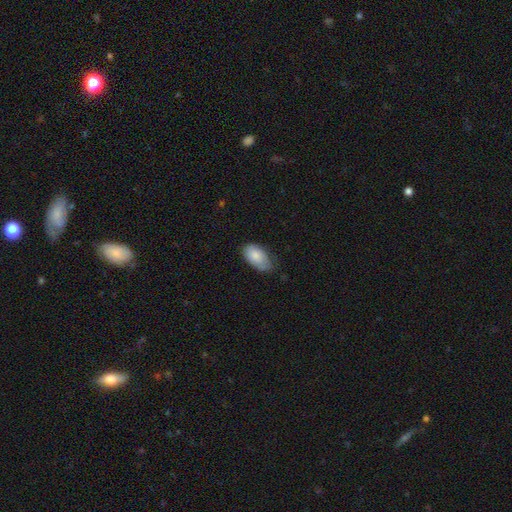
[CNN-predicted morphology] This is clearly a smooth galaxy (81%). How rounded: clearly in between (94%). Merging: possibly none (59%).